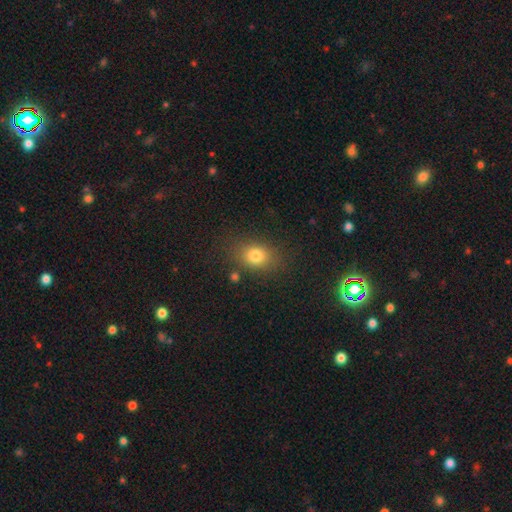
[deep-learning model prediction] smooth-or-featured: smooth: 79% | star or artifact: 12% | featured or disk: 9%
  how-rounded: in between: 57% | round: 42% | cigar-shaped: 1%
  merging: none: 80% | minor disturbance: 13% | major disturbance: 5% | merger: 3%